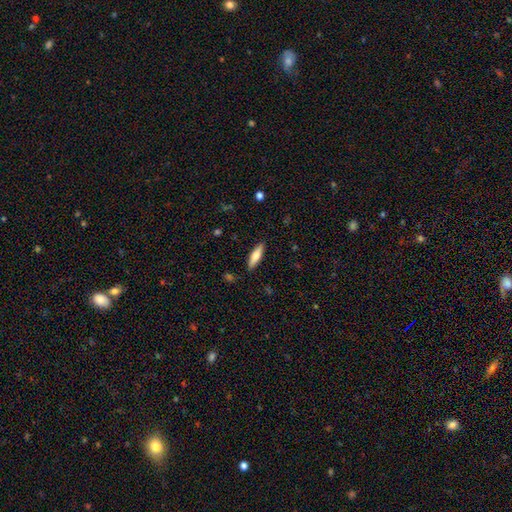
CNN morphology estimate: A smooth galaxy with no disk features (71%) that is cigar-shaped (57%).

Vote fractions:
- Smooth or featured? smooth: 71% / featured or disk: 23% / star or artifact: 6%
- How rounded? cigar-shaped: 57% / in between: 41% / round: 2%
- Merging? none: 88% / minor disturbance: 9% / major disturbance: 2% / merger: 1%